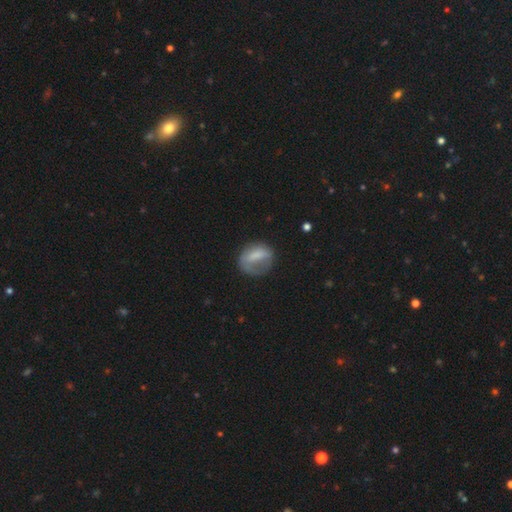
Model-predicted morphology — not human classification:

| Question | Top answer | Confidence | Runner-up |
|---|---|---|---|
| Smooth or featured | smooth | 63% | featured or disk (29%) |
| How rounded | round | 53% | in between (45%) |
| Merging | none | 45% | major disturbance (26%) |